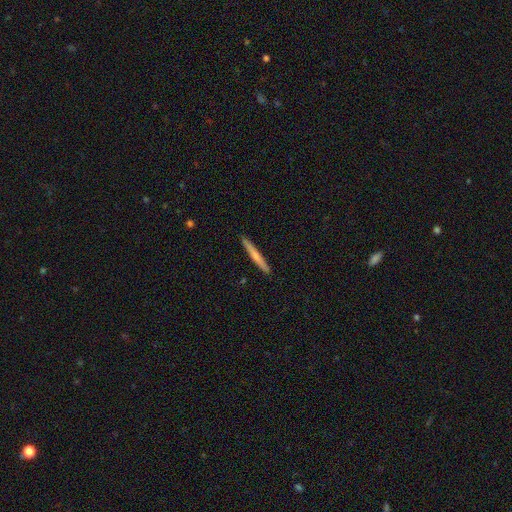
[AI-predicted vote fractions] Smooth or featured: smooth — 61% (featured or disk — 33%)
How rounded: cigar-shaped — 96% (in between — 2%)
Merging: none — 91% (minor disturbance — 6%)